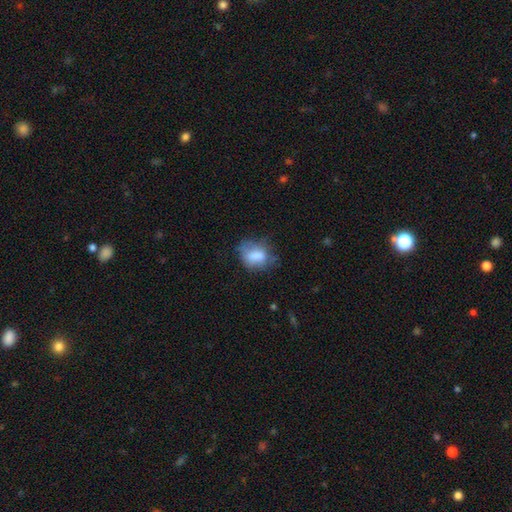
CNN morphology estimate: Smooth or featured? smooth (73%)
How rounded? in between (65%)
Merging? none (45%)